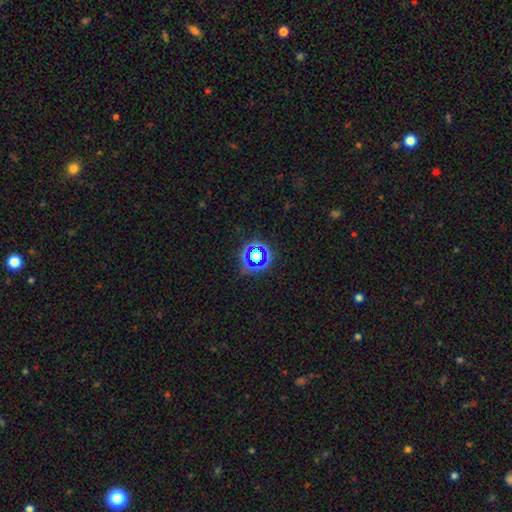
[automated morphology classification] star or artifact 57%, smooth 32%, featured or disk 11%.